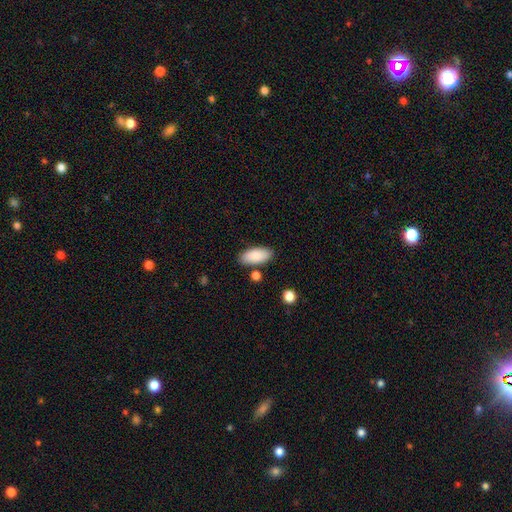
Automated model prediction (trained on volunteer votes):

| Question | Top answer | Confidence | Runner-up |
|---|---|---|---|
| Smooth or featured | smooth | 88% | star or artifact (6%) |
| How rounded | in between | 90% | cigar-shaped (8%) |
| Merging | none | 82% | minor disturbance (11%) |